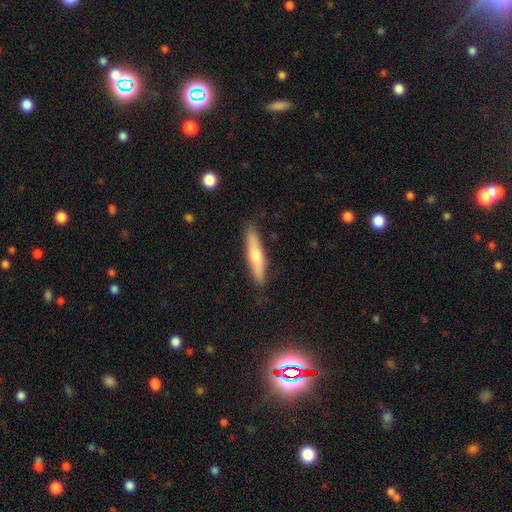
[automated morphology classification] This is possibly a smooth galaxy (48%). Merging: clearly none (88%).